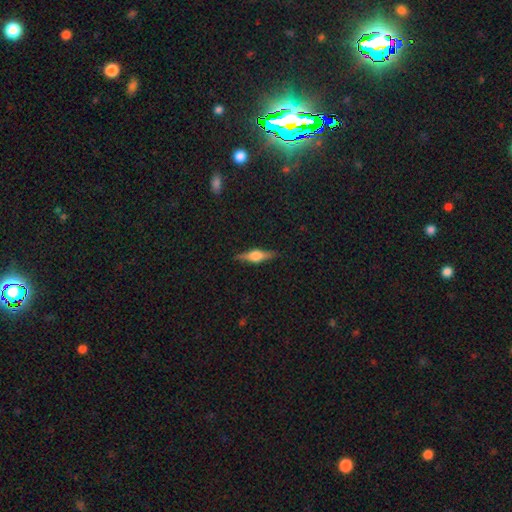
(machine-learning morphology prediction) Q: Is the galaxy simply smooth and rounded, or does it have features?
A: featured or disk — 67%.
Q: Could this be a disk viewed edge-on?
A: yes — 97%.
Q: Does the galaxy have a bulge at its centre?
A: rounded — 89%.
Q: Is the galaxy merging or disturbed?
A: none — 88%.